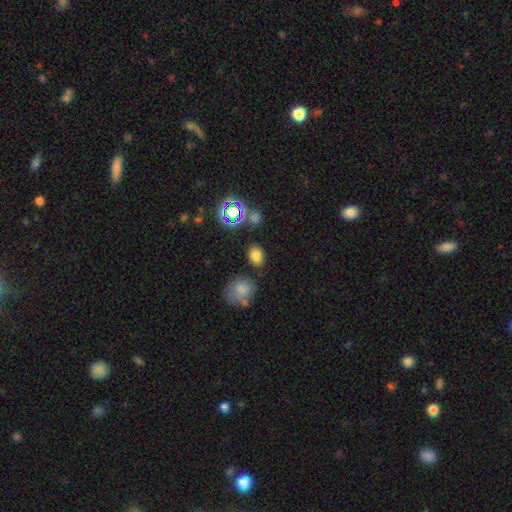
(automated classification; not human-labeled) A smooth galaxy with no disk features (75%) that is in between round and cigar-shaped (70%). Merging: none (80%).